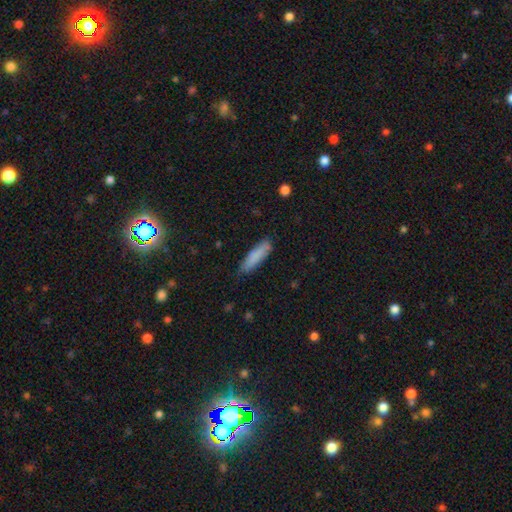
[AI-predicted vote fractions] smooth 84%, featured or disk 9%, star or artifact 6%. Down the decision tree: how rounded — cigar-shaped (72%); merging — none (80%).